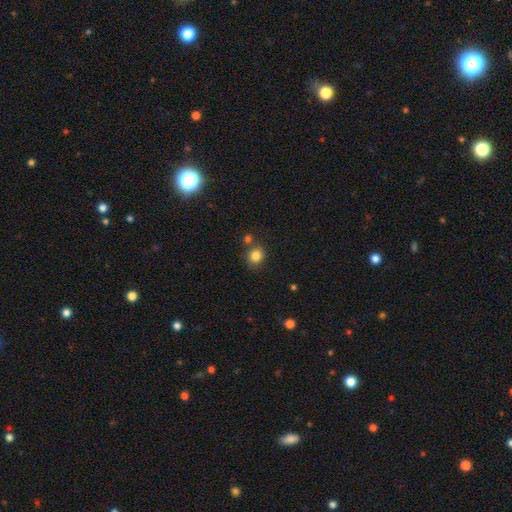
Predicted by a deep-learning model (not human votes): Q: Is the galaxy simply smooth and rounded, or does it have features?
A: smooth — 83%.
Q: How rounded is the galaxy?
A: round — 81%.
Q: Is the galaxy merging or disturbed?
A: none — 73%.